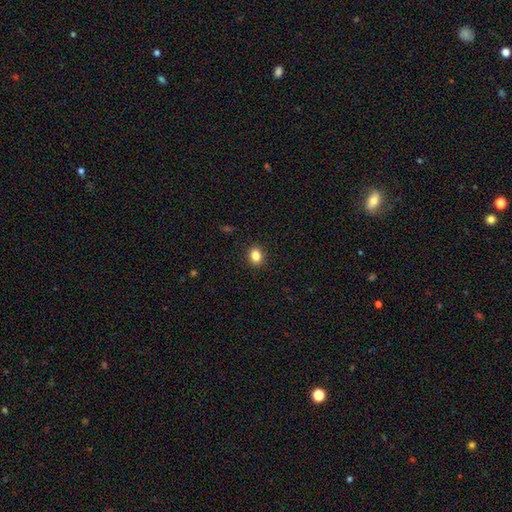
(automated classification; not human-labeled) The model was most divided on "how rounded": round: 51%, in between: 48%, cigar-shaped: 1%. More confident: merging — none (90%); smooth or featured — smooth (84%).